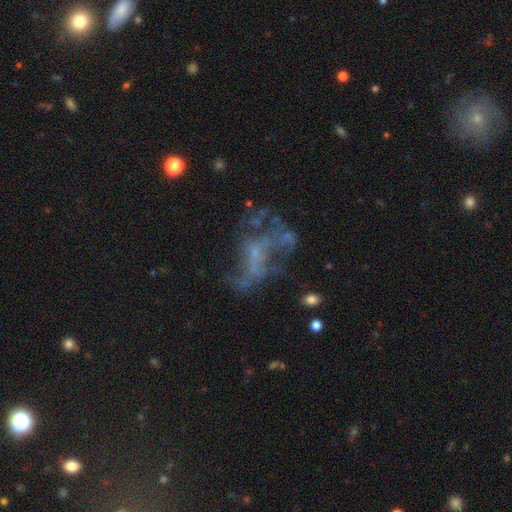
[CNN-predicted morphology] The model was most divided on "merging": none: 37%, major disturbance: 36%, minor disturbance: 15%, merger: 11%. Remaining: edge-on disk — no (96%); bar — no (77%); spiral arms — no (73%); smooth or featured — featured or disk (60%); bulge size — none (50%).